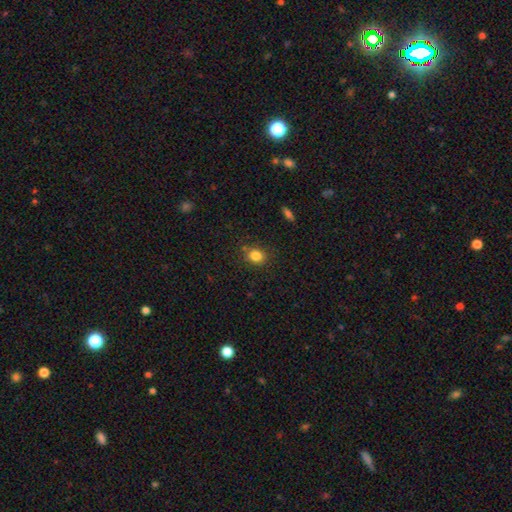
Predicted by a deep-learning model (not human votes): A smooth galaxy with no disk features (83%) that is round (63%). Merging: none (81%).